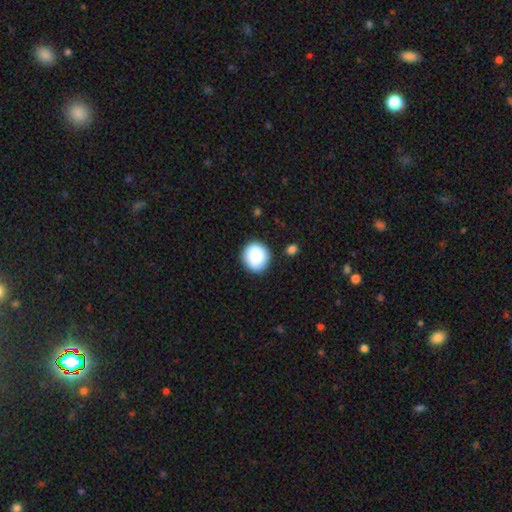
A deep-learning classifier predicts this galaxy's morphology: A smooth galaxy with no disk features (86%) that is round (88%). Merging: none (88%).